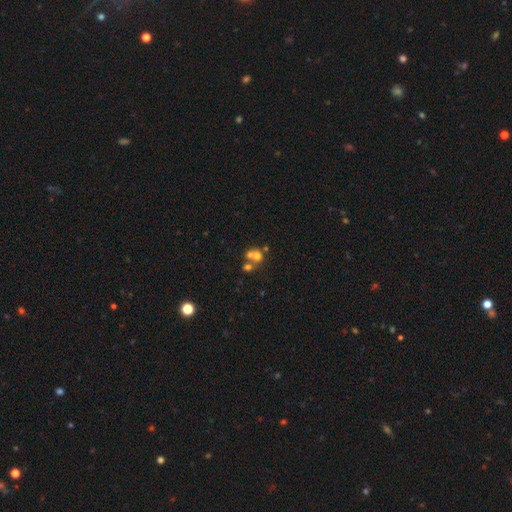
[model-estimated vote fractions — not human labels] smooth_or_featured: smooth (p=0.60) [alt: featured or disk p=0.24]
how_rounded: round (p=0.77) [alt: in between p=0.22]
merging: merger (p=0.58) [alt: none p=0.32]